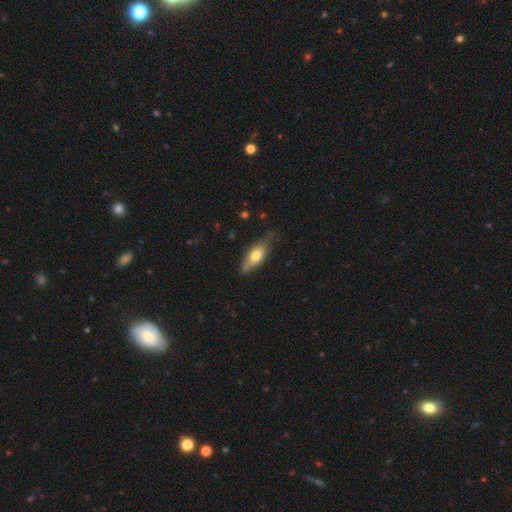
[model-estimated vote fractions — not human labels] Overall: smooth (60%; featured or disk 34%). How rounded: in between (68%; cigar-shaped 28%). Merging: none (66%; minor disturbance 27%).